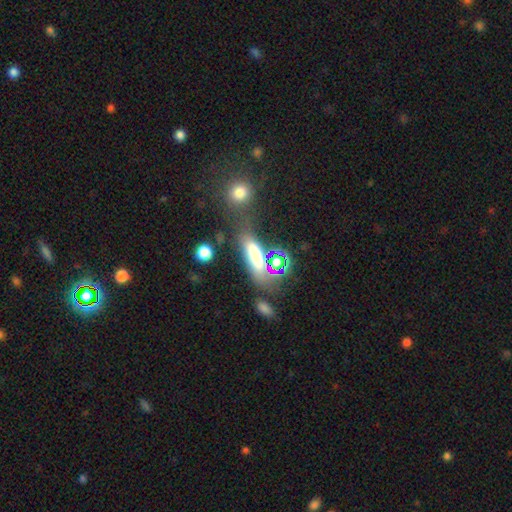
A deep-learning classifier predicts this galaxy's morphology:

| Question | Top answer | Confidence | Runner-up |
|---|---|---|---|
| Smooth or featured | smooth | 67% | featured or disk (18%) |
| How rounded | in between | 51% | cigar-shaped (43%) |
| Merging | none | 56% | minor disturbance (18%) |